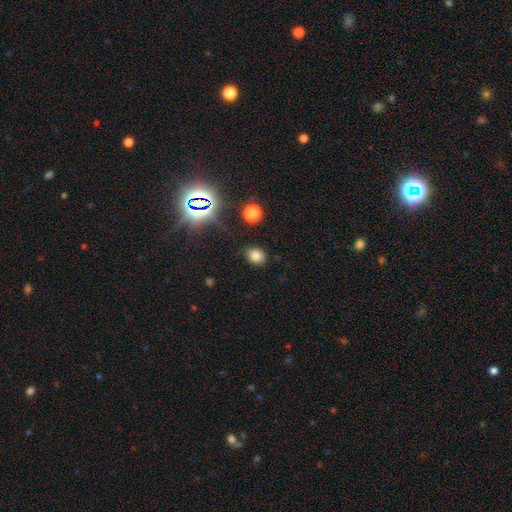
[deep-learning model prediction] smooth-or-featured: smooth: 79% | star or artifact: 15% | featured or disk: 6%
  how-rounded: in between: 52% | round: 47% | cigar-shaped: 1%
  merging: none: 83% | minor disturbance: 11% | major disturbance: 3% | merger: 2%